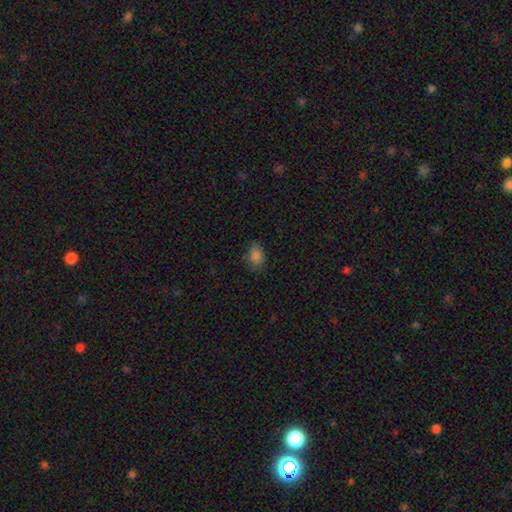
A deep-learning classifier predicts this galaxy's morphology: Smooth or featured?
  - smooth: 82% *
  - star or artifact: 12%
  - featured or disk: 6%
How rounded?
  - in between: 72% *
  - round: 27%
  - cigar-shaped: 1%
Merging?
  - none: 69% *
  - minor disturbance: 23%
  - major disturbance: 6%
  - merger: 2%